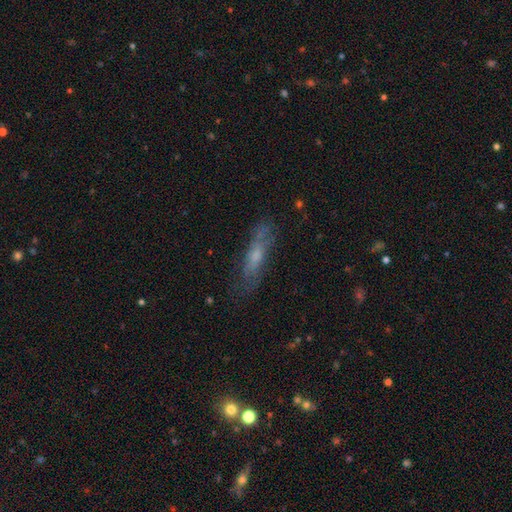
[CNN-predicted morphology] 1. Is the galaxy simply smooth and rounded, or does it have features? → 47% featured or disk, 43% smooth, 11% star or artifact.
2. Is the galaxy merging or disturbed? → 72% none, 19% minor disturbance, 7% major disturbance, 2% merger.